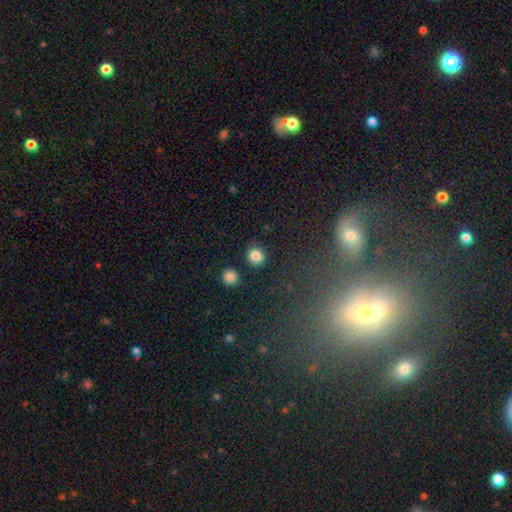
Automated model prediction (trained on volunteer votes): smooth_or_featured: smooth (p=0.84) [alt: star or artifact p=0.11]
how_rounded: round (p=0.90) [alt: in between p=0.09]
merging: none (p=0.86) [alt: minor disturbance p=0.08]